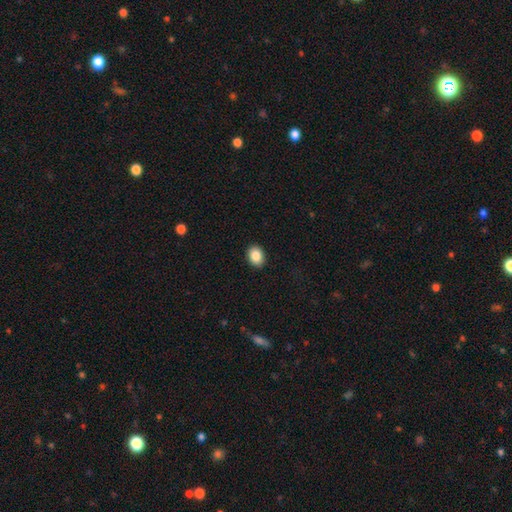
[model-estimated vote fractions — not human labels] The model was most divided on "how rounded": in between: 67%, round: 32%, cigar-shaped: 1%. More confident: merging — none (91%); smooth or featured — smooth (87%).